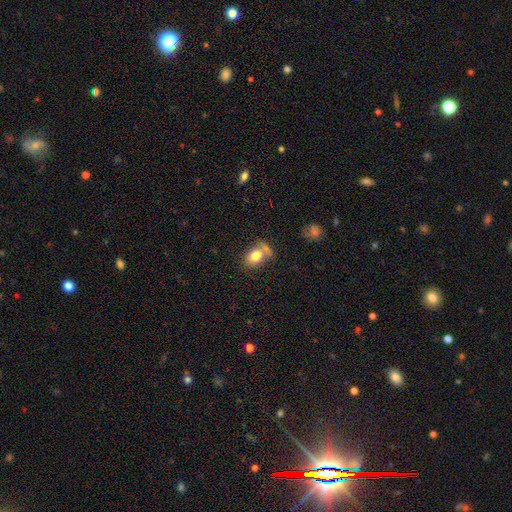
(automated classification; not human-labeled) Smooth or featured? Predicted: smooth (p=0.77). How rounded? Predicted: in between (p=0.72). Merging? Predicted: none (p=0.47).